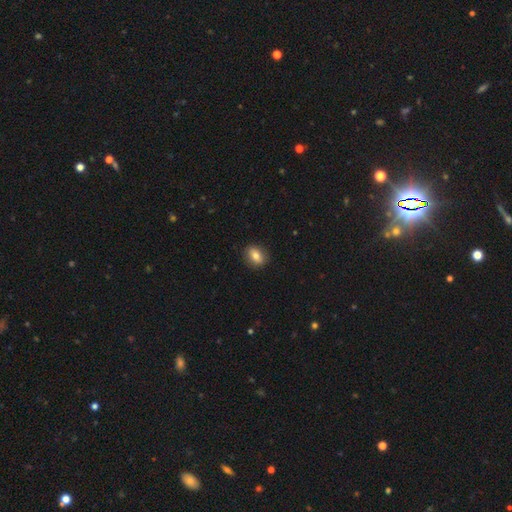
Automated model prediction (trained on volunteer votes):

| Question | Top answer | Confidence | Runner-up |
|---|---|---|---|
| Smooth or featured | smooth | 77% | featured or disk (15%) |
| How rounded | in between | 64% | round (34%) |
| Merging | none | 87% | minor disturbance (10%) |